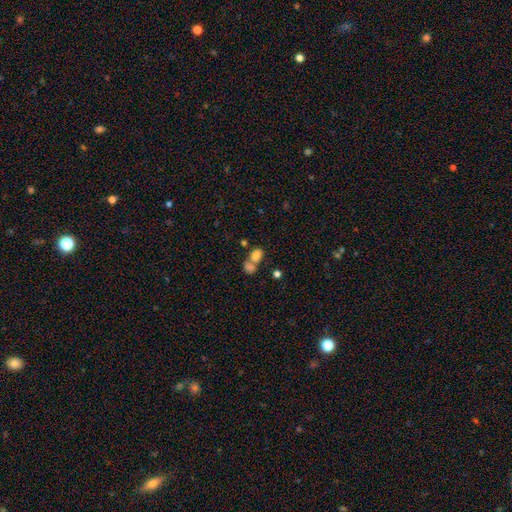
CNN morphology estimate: Overall: smooth (78%). How rounded: in between (68%; round 30%). Merging: merger (61%; none 26%).